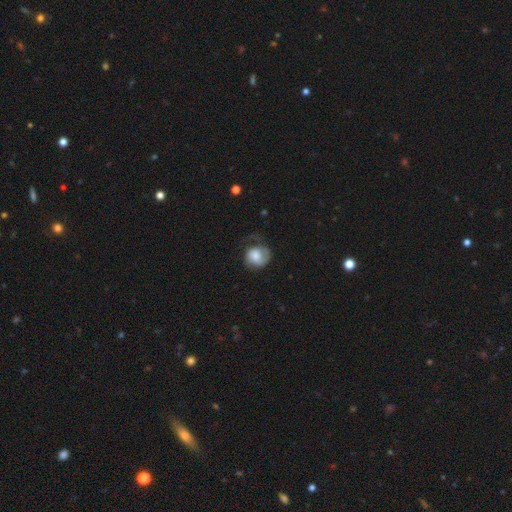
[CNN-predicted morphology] Smooth or featured: smooth — 59% (featured or disk — 34%)
How rounded: round — 72% (in between — 27%)
Merging: none — 41% (major disturbance — 30%)